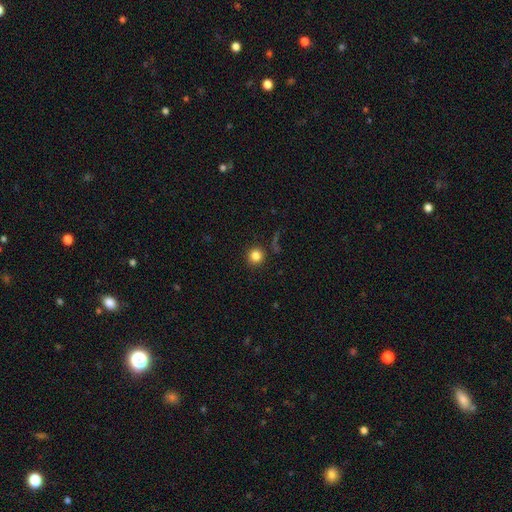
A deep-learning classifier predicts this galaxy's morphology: smooth-or-featured: smooth: 83% | star or artifact: 11% | featured or disk: 5%
  how-rounded: round: 94% | in between: 5% | cigar-shaped: 1%
  merging: none: 87% | minor disturbance: 7% | major disturbance: 3% | merger: 3%